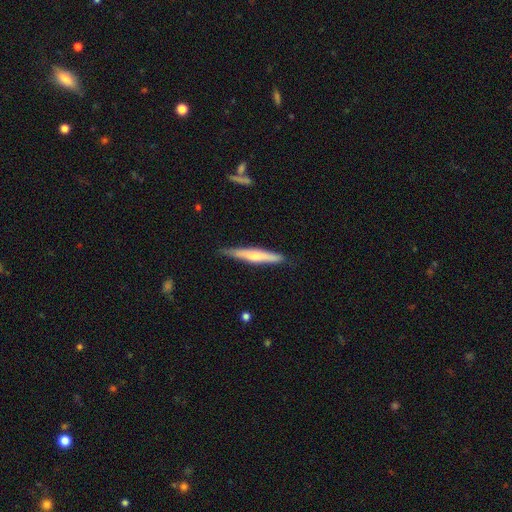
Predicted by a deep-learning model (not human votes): Smooth or featured? Predicted: smooth (p=0.54). How rounded? Predicted: cigar-shaped (p=0.93). Merging? Predicted: none (p=0.82).